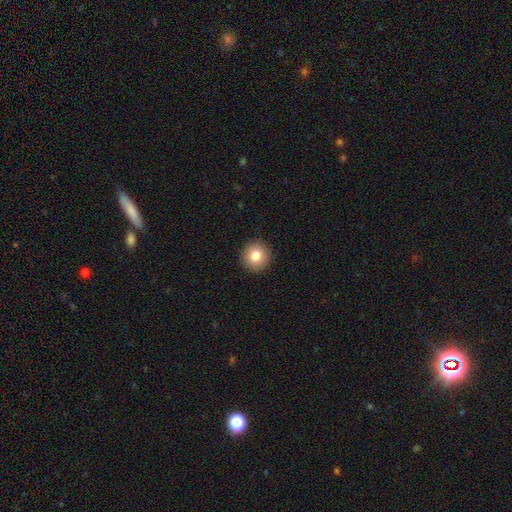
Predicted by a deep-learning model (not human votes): Smooth or featured: smooth — 81% (star or artifact — 10%)
How rounded: round — 94% (in between — 5%)
Merging: none — 93% (minor disturbance — 5%)